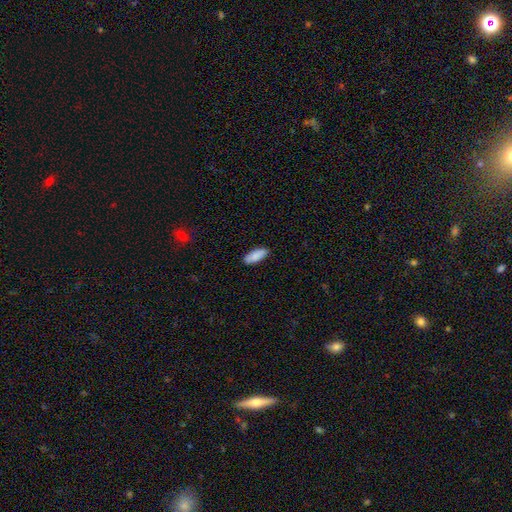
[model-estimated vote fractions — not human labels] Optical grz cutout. It shows a smooth galaxy with no disk features (89%) that is in between round and cigar-shaped (73%). Merging: none (88%).